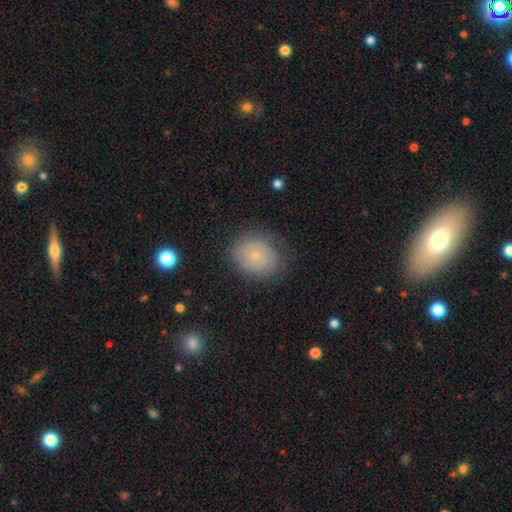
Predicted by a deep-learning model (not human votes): A featured or disk galaxy (46%). Merging: none (71%).